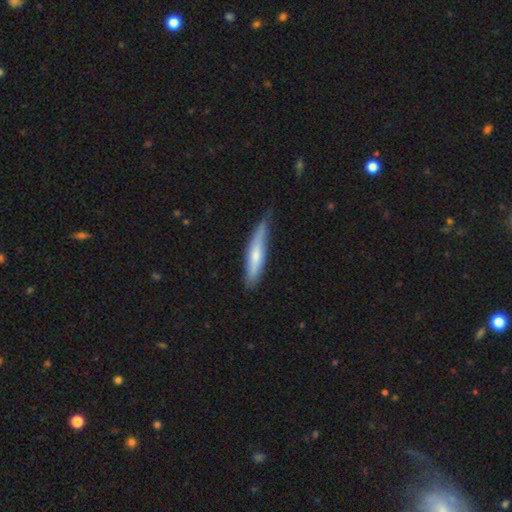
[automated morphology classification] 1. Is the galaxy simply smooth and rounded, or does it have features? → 65% smooth, 30% featured or disk, 5% star or artifact.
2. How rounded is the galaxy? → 86% cigar-shaped, 13% in between, 1% round.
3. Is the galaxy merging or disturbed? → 65% none, 29% minor disturbance, 4% major disturbance, 2% merger.